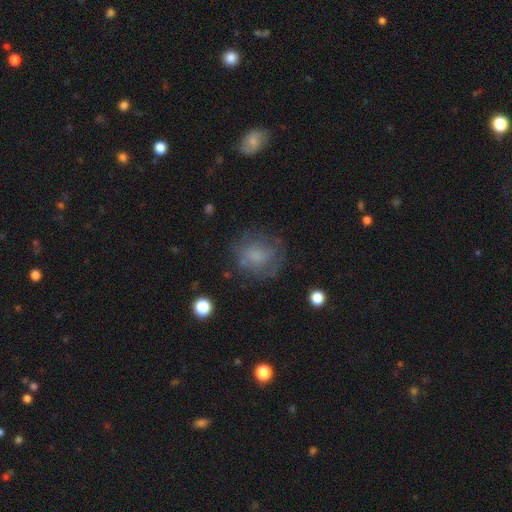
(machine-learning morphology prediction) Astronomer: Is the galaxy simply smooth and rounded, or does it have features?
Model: smooth — 57%.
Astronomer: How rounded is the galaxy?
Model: round — 73%.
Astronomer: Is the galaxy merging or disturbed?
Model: none — 64%.